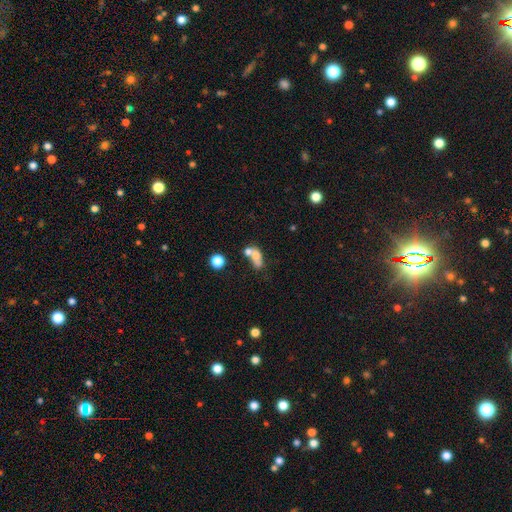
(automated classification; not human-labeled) Q: Smooth or featured?
A: smooth (61%); runner-up: featured or disk (26%)
Q: How rounded?
A: in between (62%); runner-up: round (32%)
Q: Merging?
A: merger (58%); runner-up: none (23%)